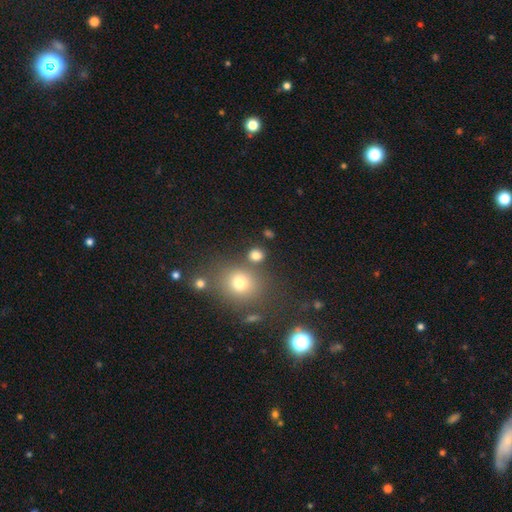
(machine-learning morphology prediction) Smooth or featured?
  - smooth: 78% *
  - star or artifact: 16%
  - featured or disk: 6%
How rounded?
  - round: 76% *
  - in between: 23%
  - cigar-shaped: 1%
Merging?
  - none: 74% *
  - merger: 12%
  - minor disturbance: 9%
  - major disturbance: 4%